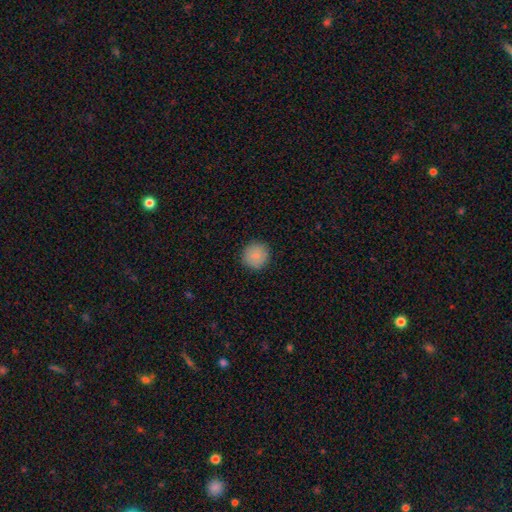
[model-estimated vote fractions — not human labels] smooth_or_featured: smooth (p=0.84) [alt: star or artifact p=0.08]
how_rounded: round (p=0.93) [alt: in between p=0.06]
merging: none (p=0.89) [alt: minor disturbance p=0.08]